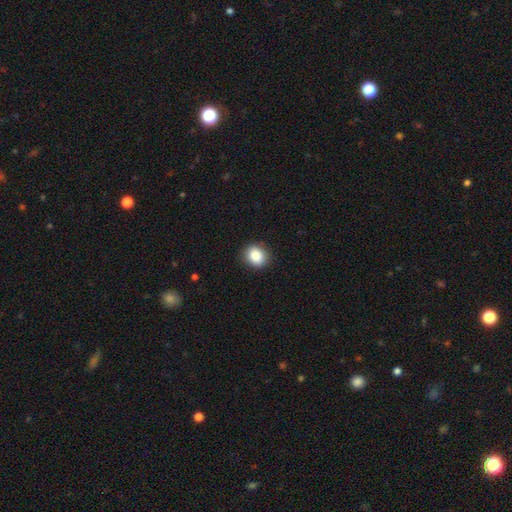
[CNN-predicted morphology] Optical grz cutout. It shows a smooth galaxy with no disk features (87%) that is round (66%). Merging: none (89%).